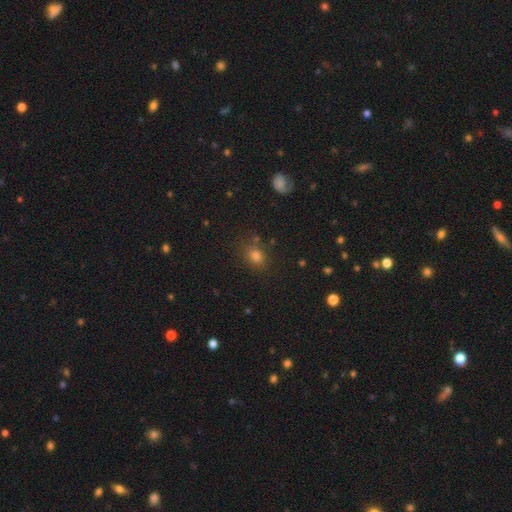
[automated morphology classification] A smooth galaxy with no disk features (74%) that is round (57%). Merging: none (80%).